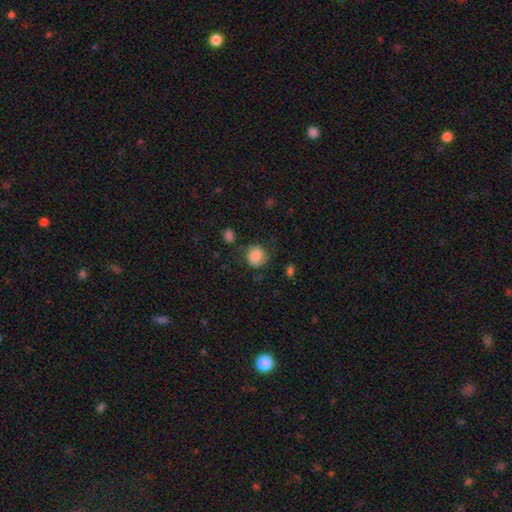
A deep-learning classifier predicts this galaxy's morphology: Smooth or featured? smooth (78%)
How rounded? round (84%)
Merging? none (64%)